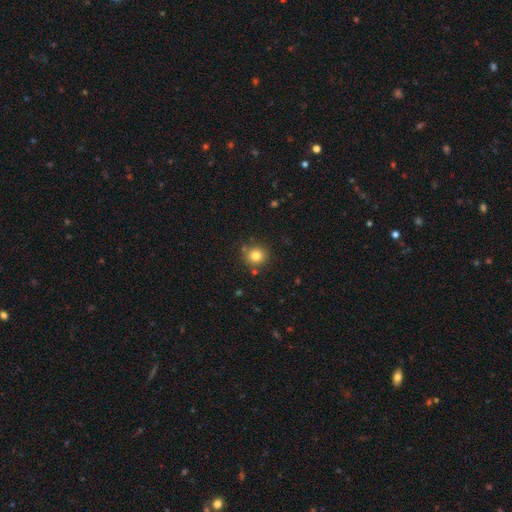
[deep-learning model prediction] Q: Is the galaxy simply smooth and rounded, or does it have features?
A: smooth — 81%.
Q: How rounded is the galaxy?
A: round — 91%.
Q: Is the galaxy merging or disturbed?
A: none — 83%.